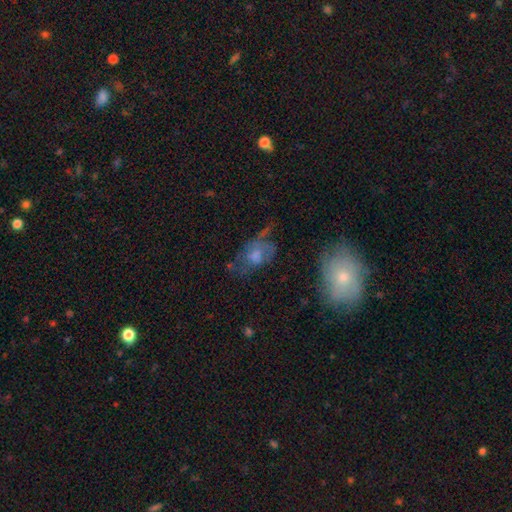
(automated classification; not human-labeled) Morphology: type=featured or disk (44%); merging=none (42%).